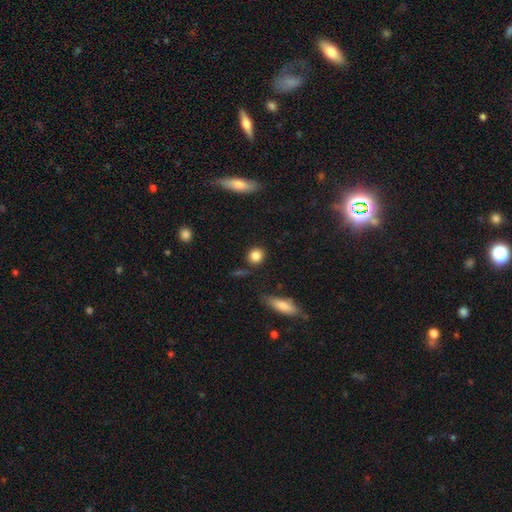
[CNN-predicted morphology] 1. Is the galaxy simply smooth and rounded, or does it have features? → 85% smooth, 9% star or artifact, 6% featured or disk.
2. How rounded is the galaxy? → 84% round, 14% in between, 2% cigar-shaped.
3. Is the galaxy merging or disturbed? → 84% none, 10% minor disturbance, 3% merger, 3% major disturbance.